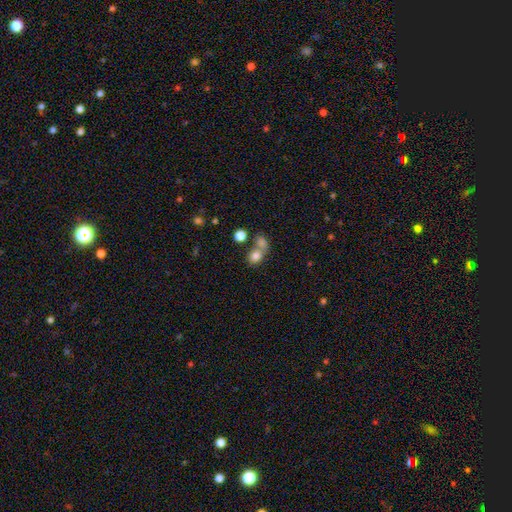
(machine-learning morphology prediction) A smooth galaxy with no disk features (79%) that is round (60%).

Vote fractions:
- Smooth or featured? smooth: 79% / star or artifact: 12% / featured or disk: 9%
- How rounded? round: 60% / in between: 39% / cigar-shaped: 1%
- Merging? merger: 47% / none: 40% / minor disturbance: 9% / major disturbance: 5%